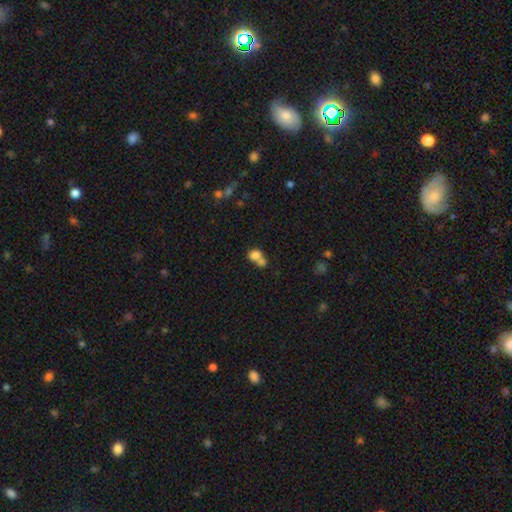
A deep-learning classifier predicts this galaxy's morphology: Q: Smooth or featured?
A: smooth (77%); runner-up: featured or disk (12%)
Q: How rounded?
A: round (59%); runner-up: in between (40%)
Q: Merging?
A: merger (62%); runner-up: none (27%)